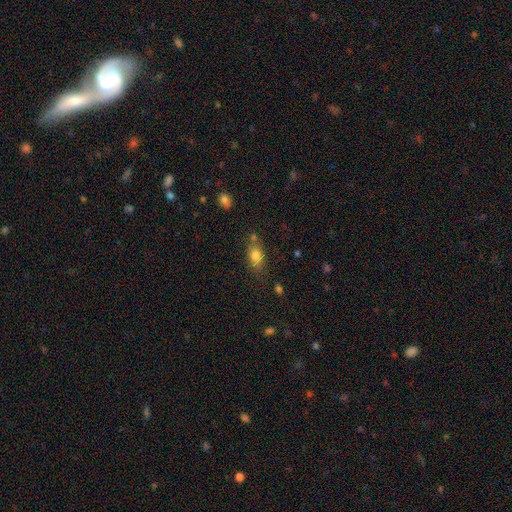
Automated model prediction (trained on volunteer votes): Smooth or featured?
  - smooth: 80% *
  - featured or disk: 10%
  - star or artifact: 10%
How rounded?
  - in between: 78% *
  - round: 17%
  - cigar-shaped: 5%
Merging?
  - none: 65% *
  - minor disturbance: 17%
  - merger: 12%
  - major disturbance: 5%